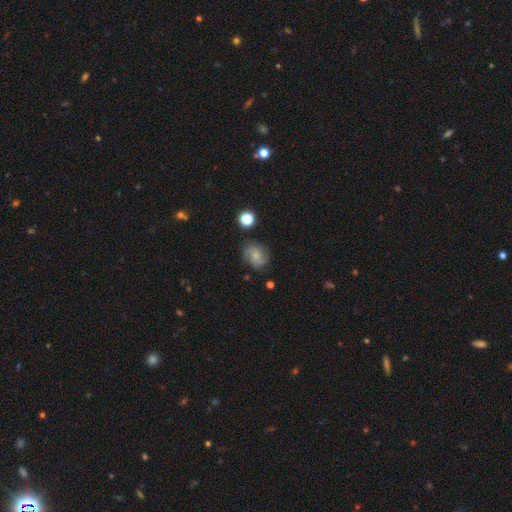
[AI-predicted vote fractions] smooth-or-featured: featured or disk: 52% | smooth: 38% | star or artifact: 11%
  disk-edge-on: no: 98% | yes: 2%
    bar: no: 71% | weak: 25% | strong: 3%
    has-spiral-arms: yes: 89% | no: 11%
    bulge-size: small: 52% | moderate: 26% | none: 16% | large: 3% | dominant: 2%
  merging: none: 71% | minor disturbance: 19% | major disturbance: 7% | merger: 3%